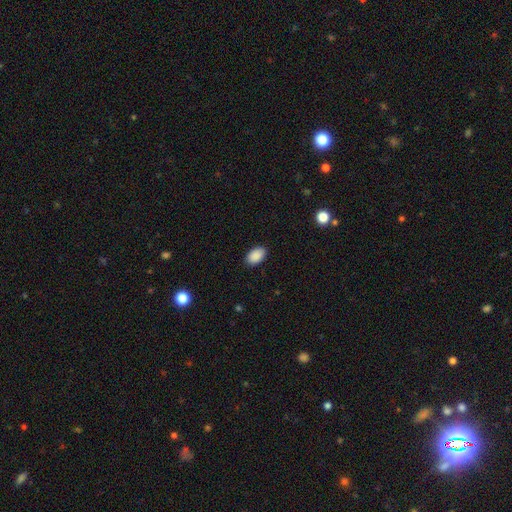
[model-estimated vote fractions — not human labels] A smooth galaxy with no disk features (90%) that is in between round and cigar-shaped (92%).

Vote fractions:
- Smooth or featured? smooth: 90% / star or artifact: 7% / featured or disk: 3%
- How rounded? in between: 92% / round: 7% / cigar-shaped: 1%
- Merging? none: 88% / minor disturbance: 9% / major disturbance: 2% / merger: 1%